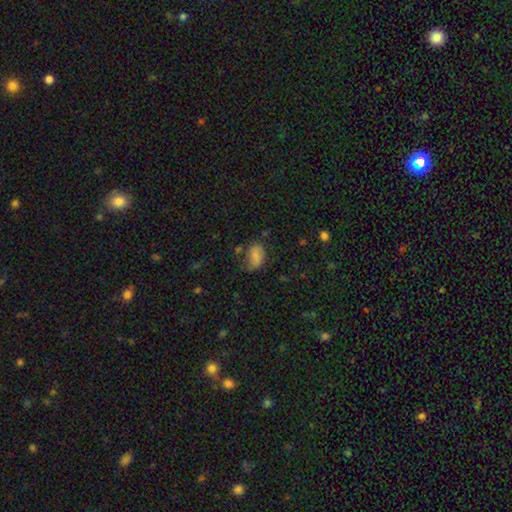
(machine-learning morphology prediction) The model was most divided on "merging": none: 59%, minor disturbance: 27%, major disturbance: 10%, merger: 4%. More confident: how rounded — in between (87%); smooth or featured — smooth (75%).